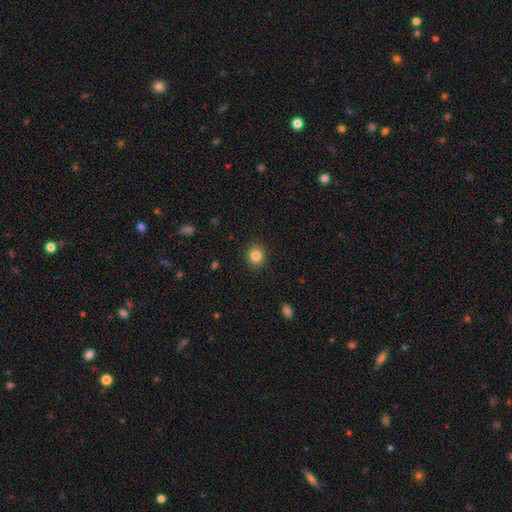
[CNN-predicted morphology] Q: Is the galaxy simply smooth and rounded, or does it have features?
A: smooth — 85%.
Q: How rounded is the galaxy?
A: round — 79%.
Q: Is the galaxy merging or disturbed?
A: none — 90%.